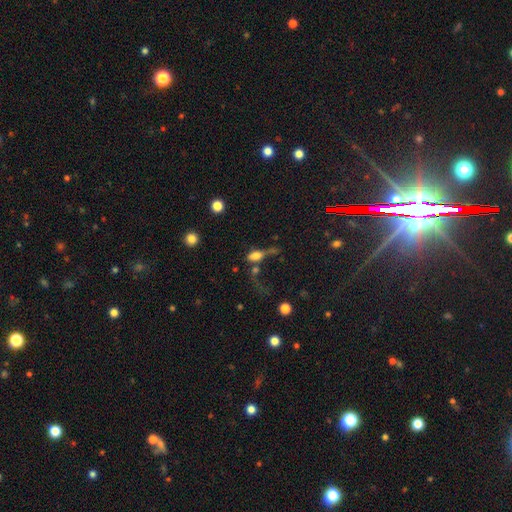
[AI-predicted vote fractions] smooth-or-featured: smooth: 63% | featured or disk: 24% | star or artifact: 13%
  how-rounded: in between: 72% | cigar-shaped: 16% | round: 12%
  merging: major disturbance: 37% | none: 25% | merger: 20% | minor disturbance: 17%